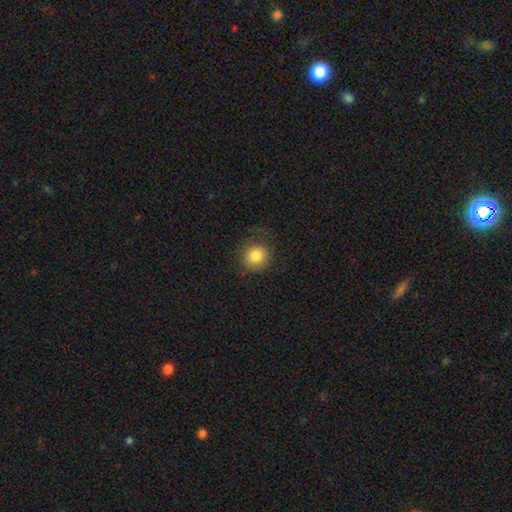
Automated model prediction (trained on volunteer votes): Smooth or featured? smooth (83%)
How rounded? round (89%)
Merging? none (76%)